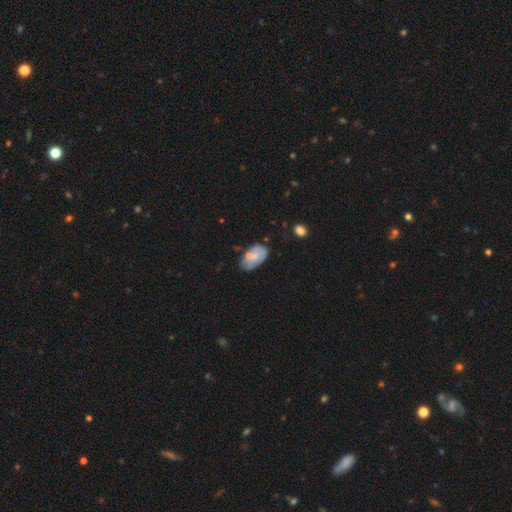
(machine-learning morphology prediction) A smooth galaxy with no disk features (63%) that is in between round and cigar-shaped (92%). Merging: none (50%).